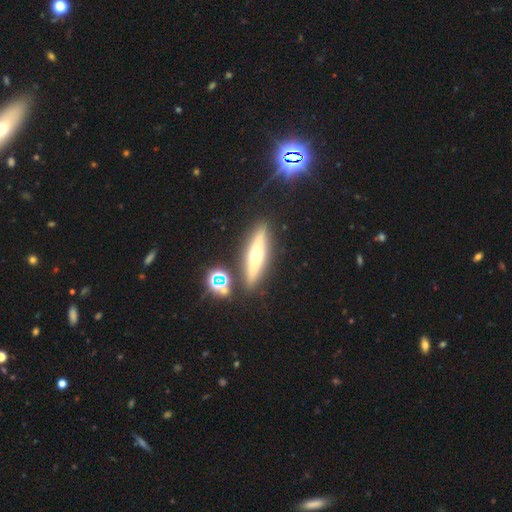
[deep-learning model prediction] A featured or disk galaxy (51%) viewed edge-on (88%). Merging: none (85%).